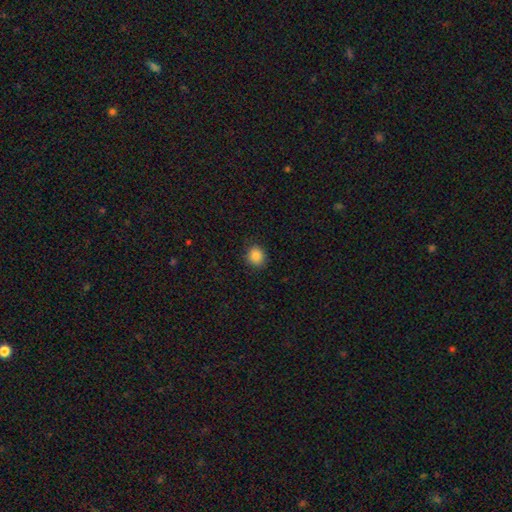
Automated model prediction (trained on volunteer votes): The model was most divided on "how rounded": round: 80%, in between: 19%, cigar-shaped: 1%. More confident: merging — none (86%); smooth or featured — smooth (86%).